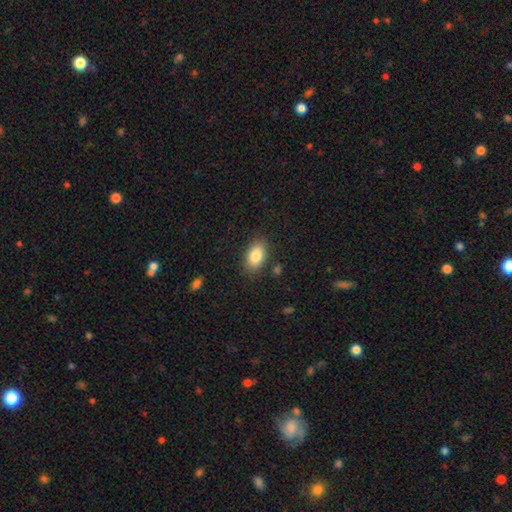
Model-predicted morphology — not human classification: smooth 84%, featured or disk 8%, star or artifact 7%. Down the decision tree: how rounded — in between (91%); merging — none (85%).